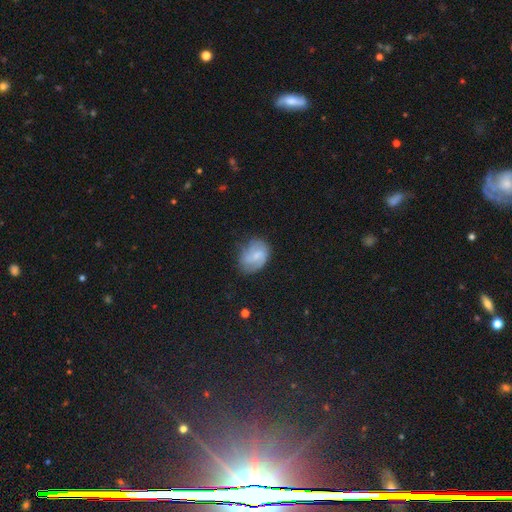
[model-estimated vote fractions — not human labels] Smooth or featured? Predicted: featured or disk (p=0.51). Edge-on disk? Predicted: no (p=0.97). Merging? Predicted: none (p=0.62).